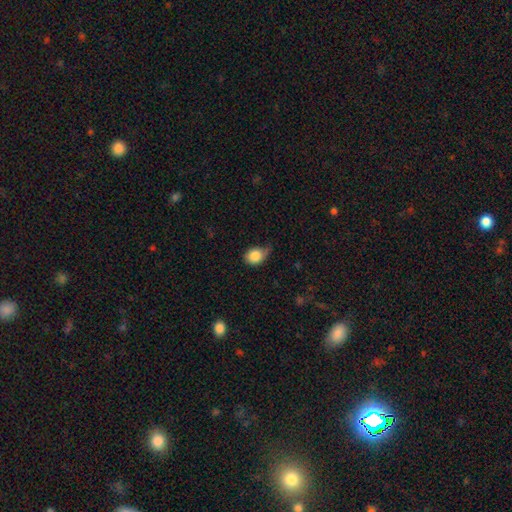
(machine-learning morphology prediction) This appears to be a smooth galaxy with no disk features (84%) that is round (50%). Merging: minor disturbance (46%).